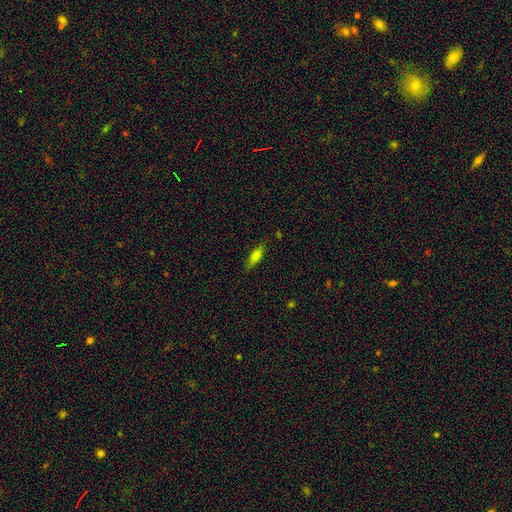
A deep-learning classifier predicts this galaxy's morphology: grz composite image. It shows a smooth galaxy with no disk features (70%) that is cigar-shaped (49%). Merging: none (81%).